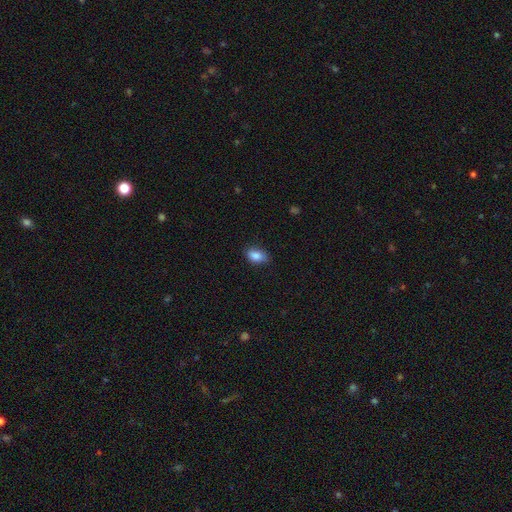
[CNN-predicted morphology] This appears to be a smooth galaxy with no disk features (86%) that is in between round and cigar-shaped (88%). Merging: none (79%).